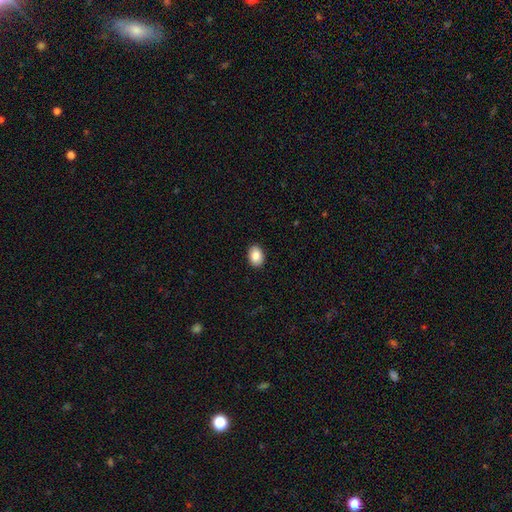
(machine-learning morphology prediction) smooth_or_featured: smooth (p=0.87) [alt: star or artifact p=0.08]
how_rounded: in between (p=0.74) [alt: round p=0.25]
merging: none (p=0.91) [alt: minor disturbance p=0.07]